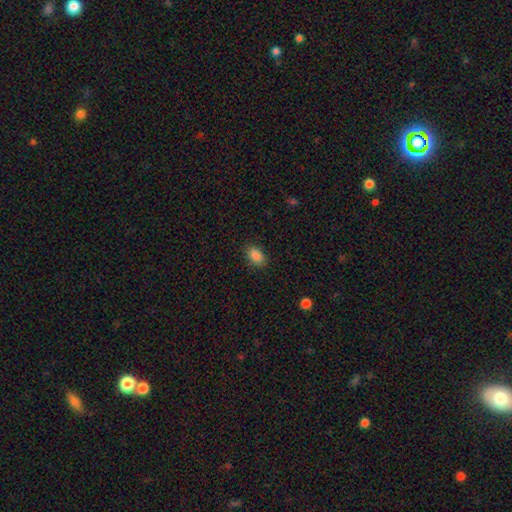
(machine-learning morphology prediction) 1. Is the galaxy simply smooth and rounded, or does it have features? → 87% smooth, 9% star or artifact, 4% featured or disk.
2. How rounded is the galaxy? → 87% in between, 11% round, 2% cigar-shaped.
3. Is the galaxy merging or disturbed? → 87% none, 9% minor disturbance, 2% major disturbance, 1% merger.